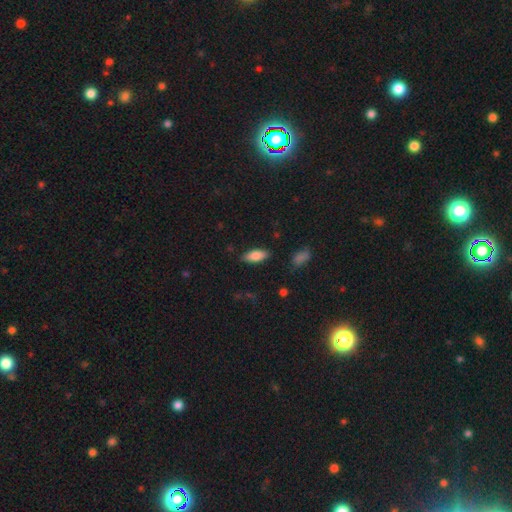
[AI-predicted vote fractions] A smooth galaxy with no disk features (82%) that is in between round and cigar-shaped (81%). Merging: none (84%).